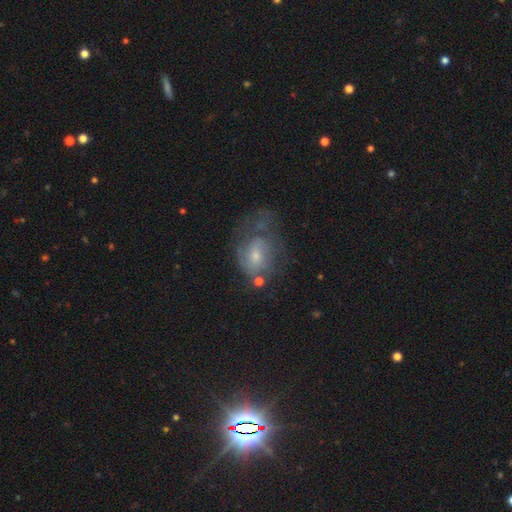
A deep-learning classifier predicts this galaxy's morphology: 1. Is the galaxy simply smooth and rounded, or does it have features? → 58% featured or disk, 32% smooth, 10% star or artifact.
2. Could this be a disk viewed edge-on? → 96% no, 4% yes.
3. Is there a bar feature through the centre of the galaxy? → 65% no, 30% weak, 5% strong.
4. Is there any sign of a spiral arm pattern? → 63% yes, 37% no.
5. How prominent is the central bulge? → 57% small, 36% moderate, 4% none, 3% large, 1% dominant.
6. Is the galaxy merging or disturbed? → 38% major disturbance, 30% none, 23% minor disturbance, 9% merger.